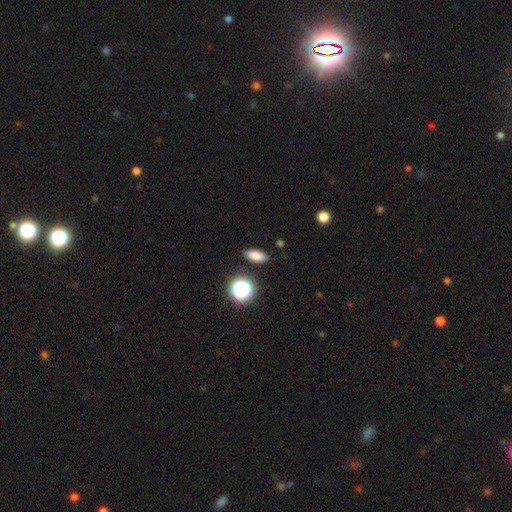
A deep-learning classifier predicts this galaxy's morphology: Smooth or featured: smooth — 81% (star or artifact — 12%)
How rounded: in between — 72% (cigar-shaped — 18%)
Merging: none — 87% (minor disturbance — 8%)